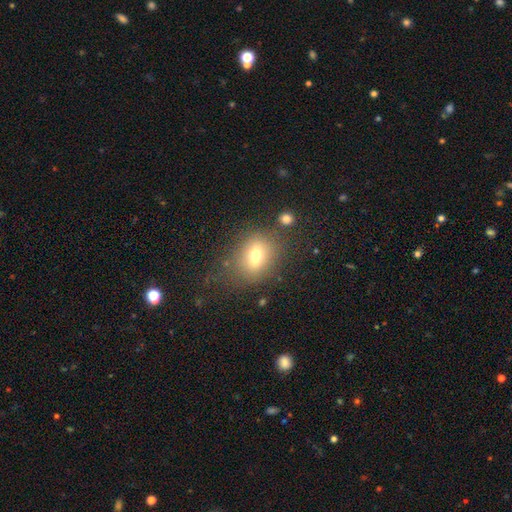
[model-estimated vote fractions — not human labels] smooth 71%, featured or disk 16%, star or artifact 13%. Down the decision tree: how rounded — in between (53%); merging — none (68%).